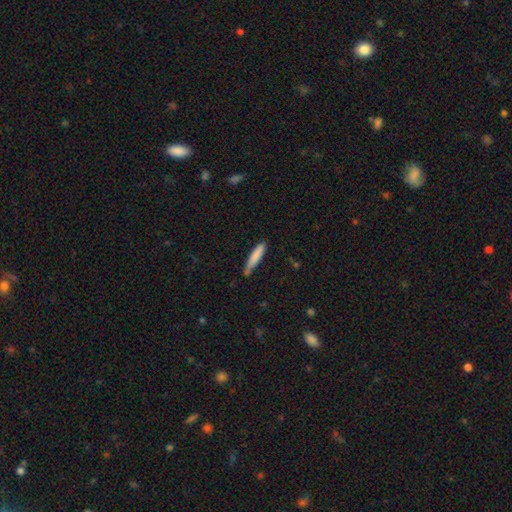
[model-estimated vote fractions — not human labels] smooth_or_featured: smooth (p=0.81) [alt: featured or disk p=0.13]
how_rounded: cigar-shaped (p=0.89) [alt: in between p=0.10]
merging: none (p=0.67) [alt: minor disturbance p=0.25]